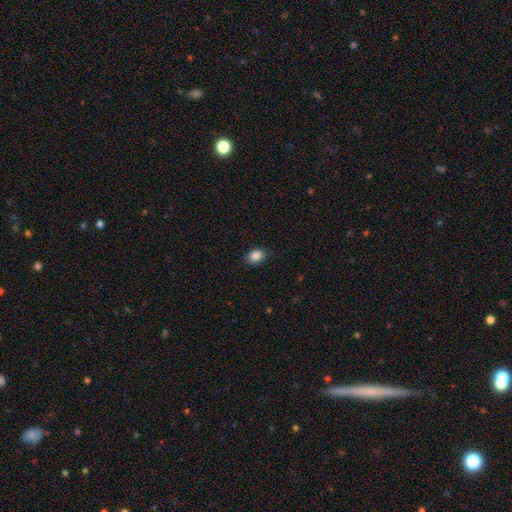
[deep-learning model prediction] smooth 88%, star or artifact 9%, featured or disk 3%. Down the decision tree: how rounded — in between (54%); merging — none (87%).